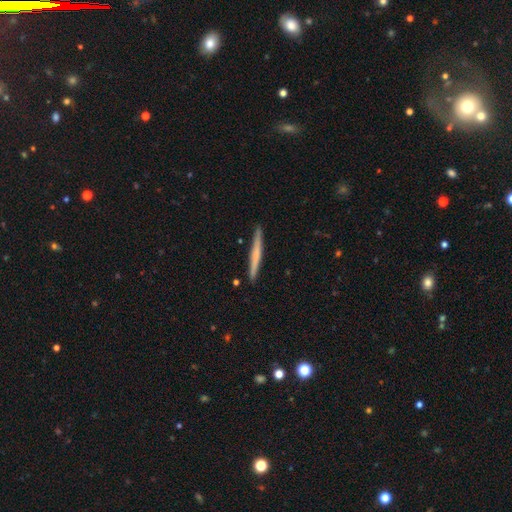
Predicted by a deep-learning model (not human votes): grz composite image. It shows a smooth galaxy with no disk features (50%). Merging: none (91%).